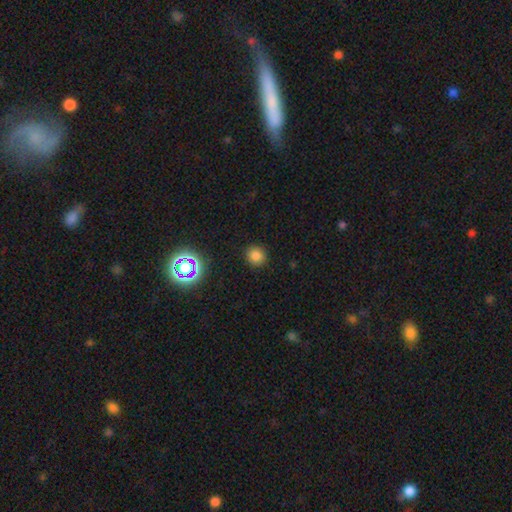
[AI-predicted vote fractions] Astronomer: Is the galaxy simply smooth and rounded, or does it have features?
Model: smooth — 79%.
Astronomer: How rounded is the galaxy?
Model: round — 90%.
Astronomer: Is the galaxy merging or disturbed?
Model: none — 91%.